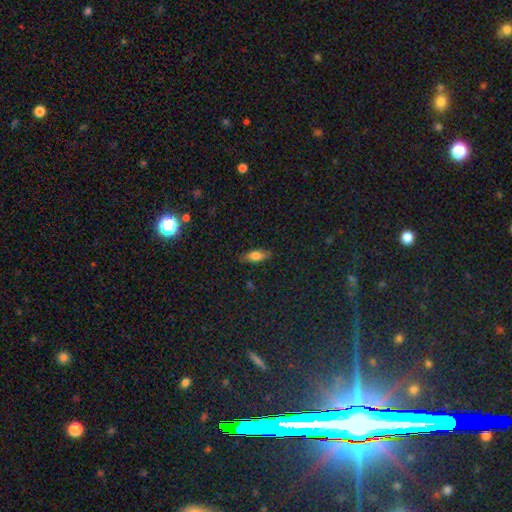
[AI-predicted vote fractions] Morphology: type=smooth (73%); roundness=in between (74%); merging=none (83%).